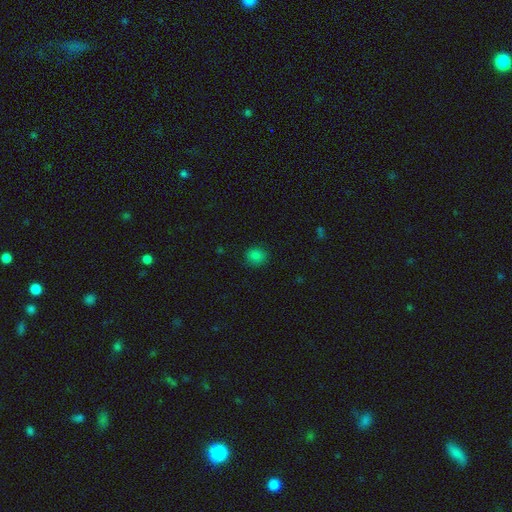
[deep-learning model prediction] smooth_or_featured: smooth (p=0.82) [alt: star or artifact p=0.14]
how_rounded: round (p=0.78) [alt: in between p=0.21]
merging: none (p=0.86) [alt: minor disturbance p=0.11]